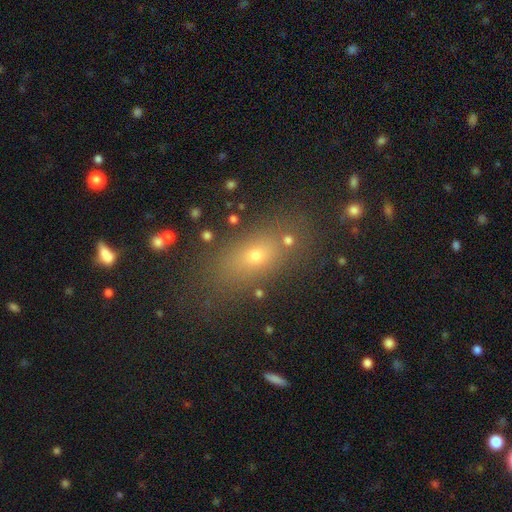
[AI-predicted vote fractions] smooth 65%, star or artifact 19%, featured or disk 16%. Down the decision tree: how rounded — in between (70%); merging — none (74%).